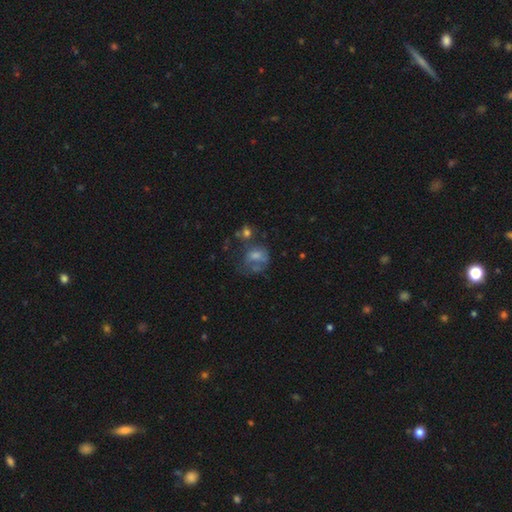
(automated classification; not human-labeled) smooth 44%, featured or disk 38%, star or artifact 18%. Down the decision tree: merging — none (33%).